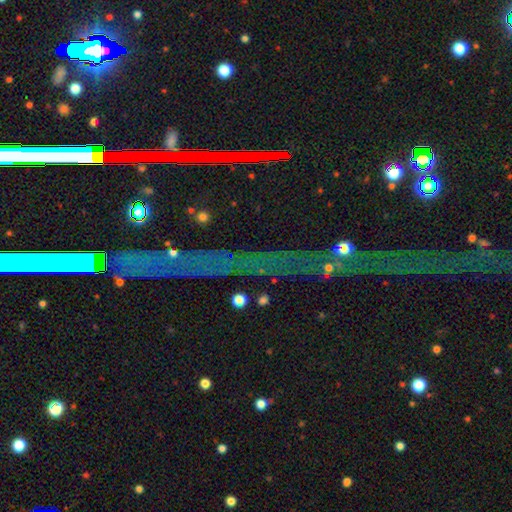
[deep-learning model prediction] A star or artifact, not a galaxy (76%).

Vote fractions:
- Smooth or featured? star or artifact: 76% / featured or disk: 14% / smooth: 9%